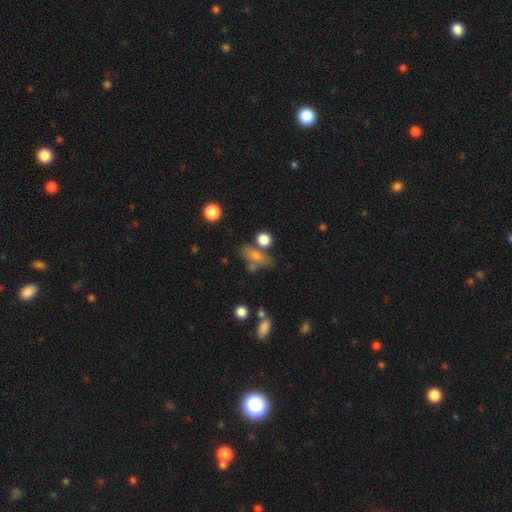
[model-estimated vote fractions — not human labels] Smooth or featured? Predicted: smooth (p=0.60). How rounded? Predicted: in between (p=0.59). Merging? Predicted: none (p=0.56).